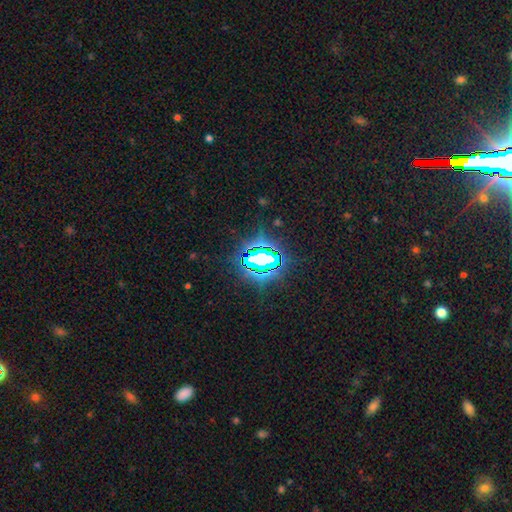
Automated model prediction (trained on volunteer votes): The model was most divided on "smooth or featured": star or artifact: 77%, smooth: 12%, featured or disk: 10%.